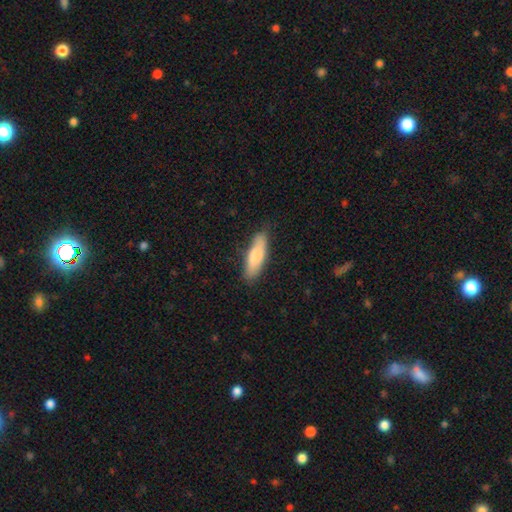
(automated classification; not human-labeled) smooth_or_featured: smooth (p=0.81) [alt: featured or disk p=0.14]
how_rounded: cigar-shaped (p=0.56) [alt: in between p=0.43]
merging: none (p=0.80) [alt: minor disturbance p=0.16]